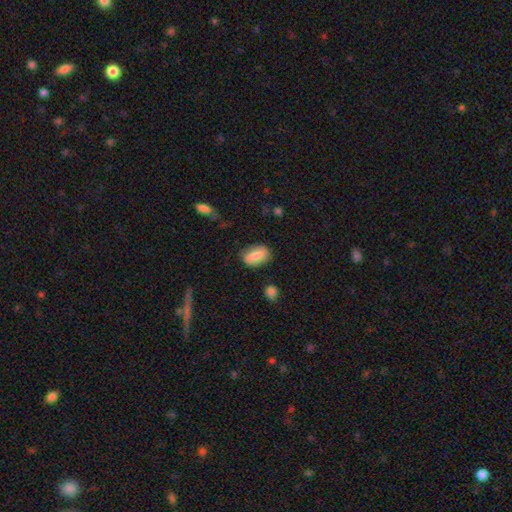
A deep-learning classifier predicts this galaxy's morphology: This is likely a smooth galaxy (65%). How rounded: clearly in between (86%). Merging: likely none (78%).